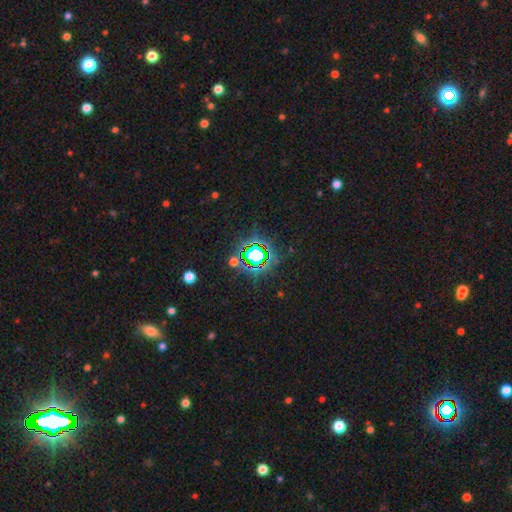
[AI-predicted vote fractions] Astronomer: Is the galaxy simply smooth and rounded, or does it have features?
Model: star or artifact — 74%.